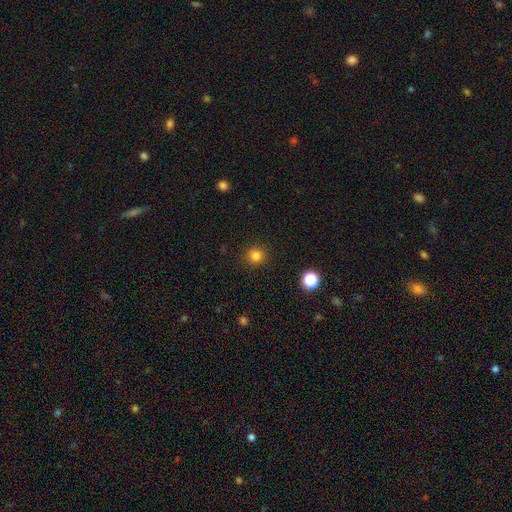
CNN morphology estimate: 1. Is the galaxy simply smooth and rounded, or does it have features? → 82% smooth, 14% star or artifact, 4% featured or disk.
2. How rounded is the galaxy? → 93% round, 6% in between, 1% cigar-shaped.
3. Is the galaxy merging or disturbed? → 91% none, 6% minor disturbance, 2% major disturbance, 1% merger.